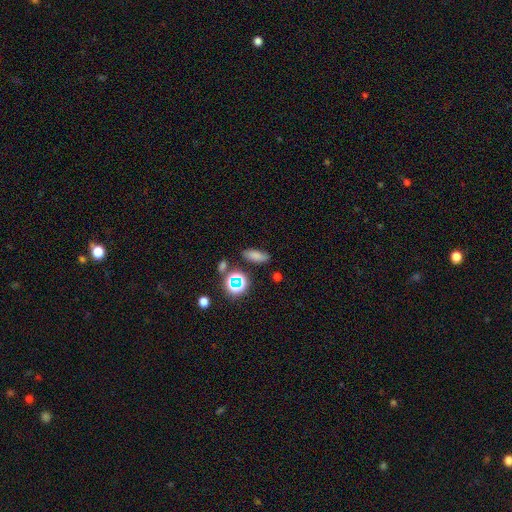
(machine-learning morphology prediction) type=smooth (73%); roundness=in between (73%); merging=none (80%).